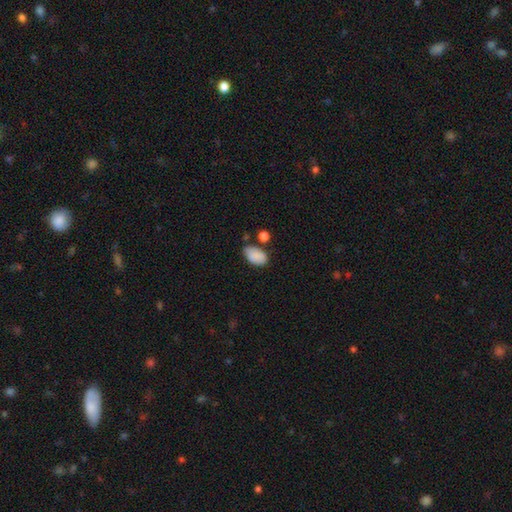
smooth_or_featured: smooth (p=0.92) [alt: featured or disk p=0.05]
how_rounded: in between (p=0.91) [alt: round p=0.09]
merging: none (p=0.75) [alt: minor disturbance p=0.14]